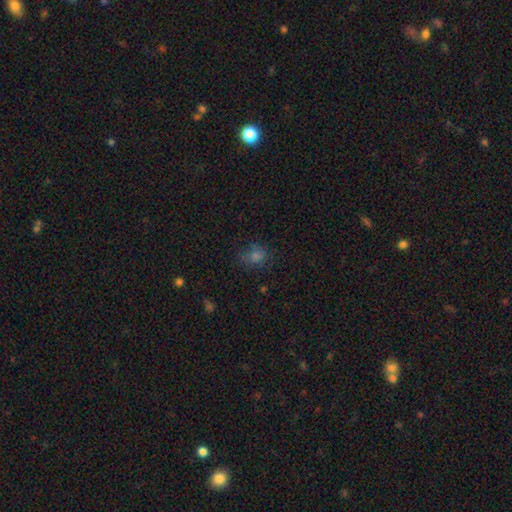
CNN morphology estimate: type=smooth (67%); roundness=round (54%); merging=none (71%).